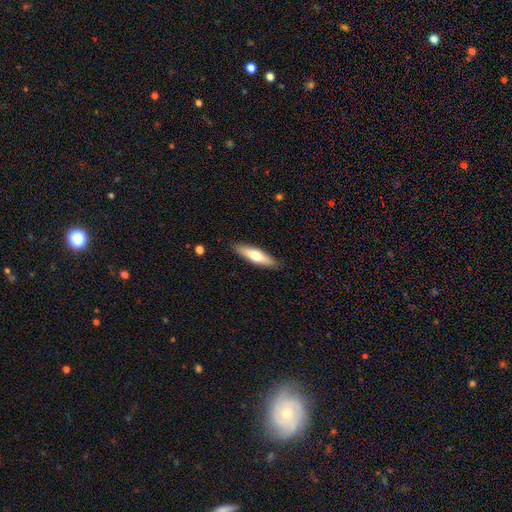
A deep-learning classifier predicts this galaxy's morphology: Q: Smooth or featured?
A: smooth (58%); runner-up: featured or disk (36%)
Q: How rounded?
A: cigar-shaped (66%); runner-up: in between (33%)
Q: Merging?
A: none (88%); runner-up: minor disturbance (9%)